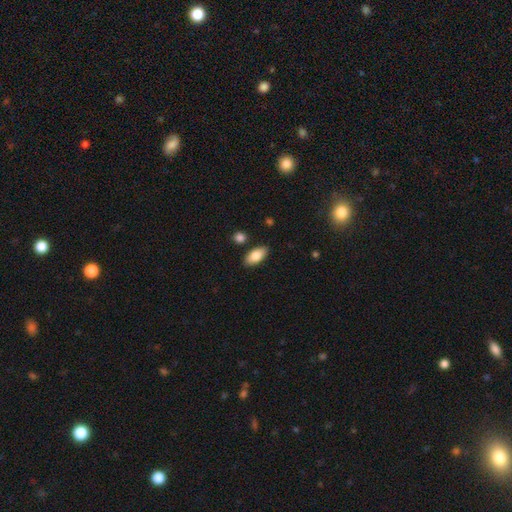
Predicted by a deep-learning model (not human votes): smooth_or_featured: smooth (p=0.82) [alt: featured or disk p=0.11]
how_rounded: in between (p=0.91) [alt: cigar-shaped p=0.06]
merging: none (p=0.86) [alt: minor disturbance p=0.09]